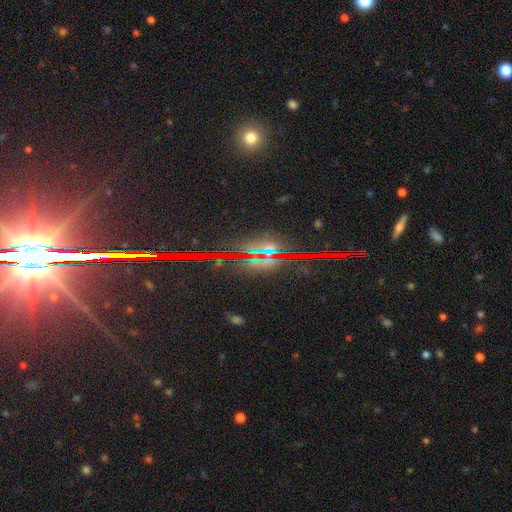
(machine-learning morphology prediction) smooth_or_featured: star or artifact (p=0.80) [alt: featured or disk p=0.11]